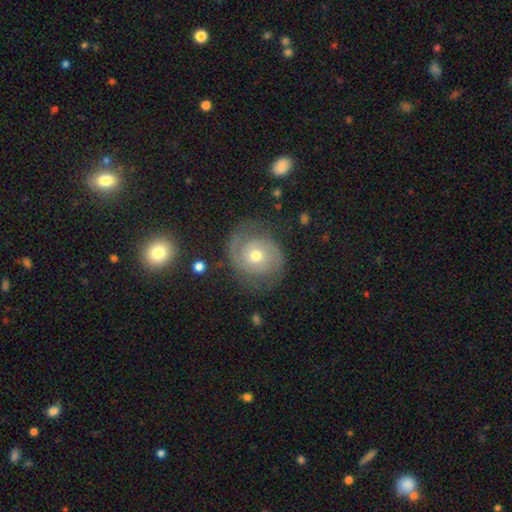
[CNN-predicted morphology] featured or disk 80%, smooth 13%, star or artifact 7%. Down the decision tree: edge-on disk — no (97%); bar — no (75%); spiral arms — yes (94%); spiral arm count — 2 (77%); spiral winding — tight (56%); bulge size — moderate (65%); merging — none (74%).